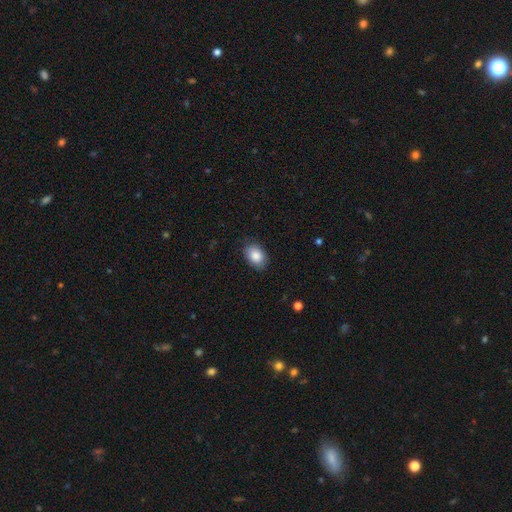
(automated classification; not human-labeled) A smooth galaxy with no disk features (86%) that is in between round and cigar-shaped (81%).

Vote fractions:
- Smooth or featured? smooth: 86% / featured or disk: 7% / star or artifact: 7%
- How rounded? in between: 81% / round: 17% / cigar-shaped: 1%
- Merging? none: 83% / minor disturbance: 14% / major disturbance: 3% / merger: 1%